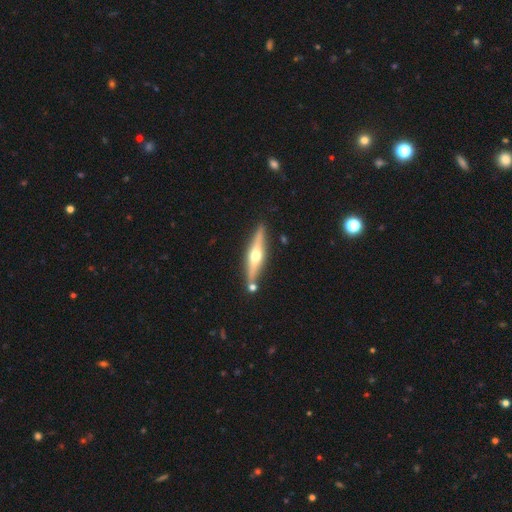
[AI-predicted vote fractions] Smooth or featured? Predicted: featured or disk (p=0.67). Edge-on disk? Predicted: yes (p=0.96). Edge-on bulge? Predicted: rounded (p=0.93). Merging? Predicted: none (p=0.80).